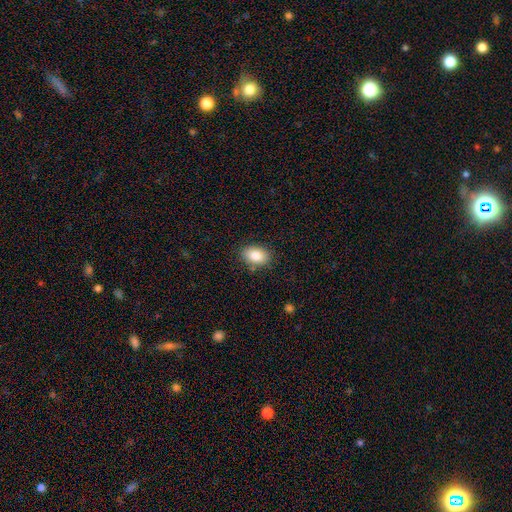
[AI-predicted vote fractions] Q: Smooth or featured?
A: smooth (85%); runner-up: star or artifact (8%)
Q: How rounded?
A: in between (82%); runner-up: round (17%)
Q: Merging?
A: none (84%); runner-up: minor disturbance (12%)